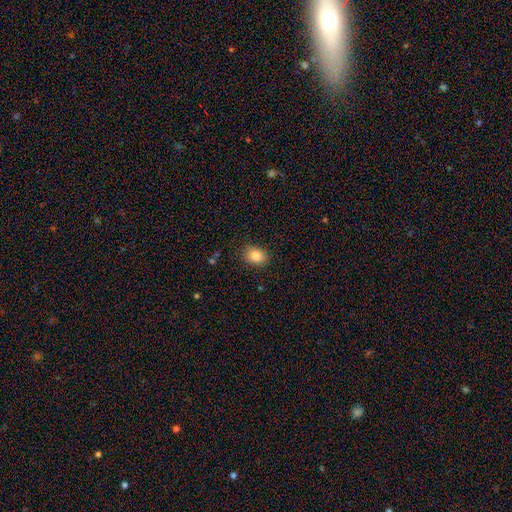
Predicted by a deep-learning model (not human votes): The model was most divided on "how rounded": in between: 64%, round: 35%, cigar-shaped: 1%. More confident: smooth or featured — smooth (86%); merging — none (85%).